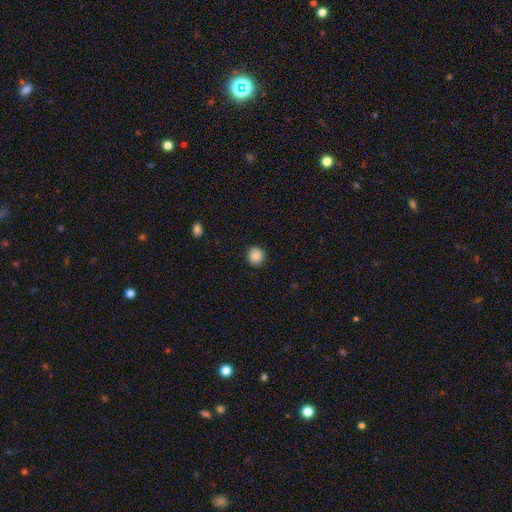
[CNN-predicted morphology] A smooth galaxy with no disk features (87%) that is round (91%).

Vote fractions:
- Smooth or featured? smooth: 87% / star or artifact: 9% / featured or disk: 4%
- How rounded? round: 91% / in between: 8% / cigar-shaped: 1%
- Merging? none: 90% / minor disturbance: 7% / major disturbance: 2% / merger: 1%